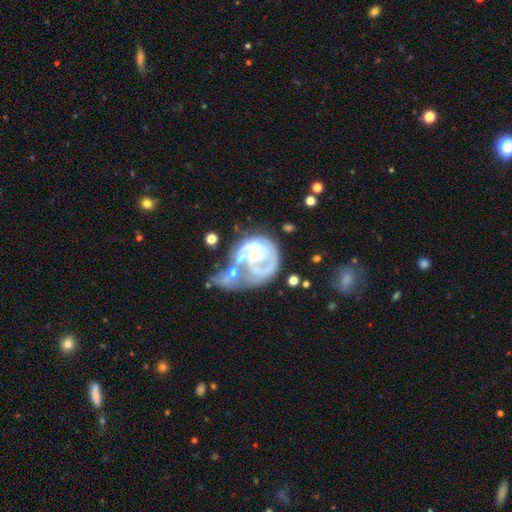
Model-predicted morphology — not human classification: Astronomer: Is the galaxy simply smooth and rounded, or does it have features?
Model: featured or disk — 81%.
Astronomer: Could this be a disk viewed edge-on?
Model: no — 98%.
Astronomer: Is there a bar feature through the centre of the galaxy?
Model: no — 64%.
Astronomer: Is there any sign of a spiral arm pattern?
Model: yes — 84%.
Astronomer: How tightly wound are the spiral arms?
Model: tight — 51% (runner-up: medium, 34%).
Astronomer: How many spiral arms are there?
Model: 2 — 36% (runner-up: can't tell, 29%).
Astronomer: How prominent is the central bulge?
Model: small — 47% (runner-up: none, 26%).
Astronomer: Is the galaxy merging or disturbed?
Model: merger — 35% (runner-up: major disturbance, 25%).